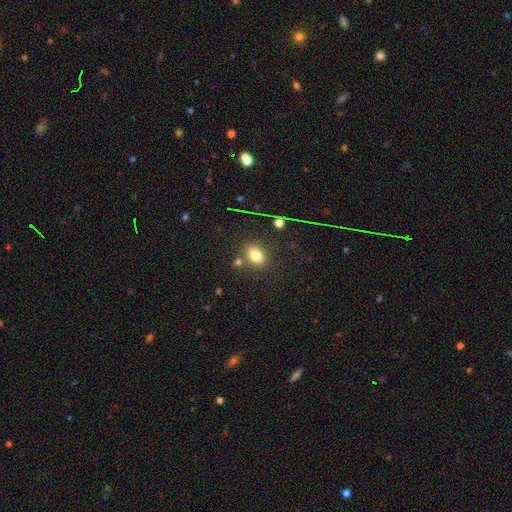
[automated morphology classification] This appears to be a smooth galaxy with no disk features (77%) that is in between round and cigar-shaped (68%). Merging: none (73%).